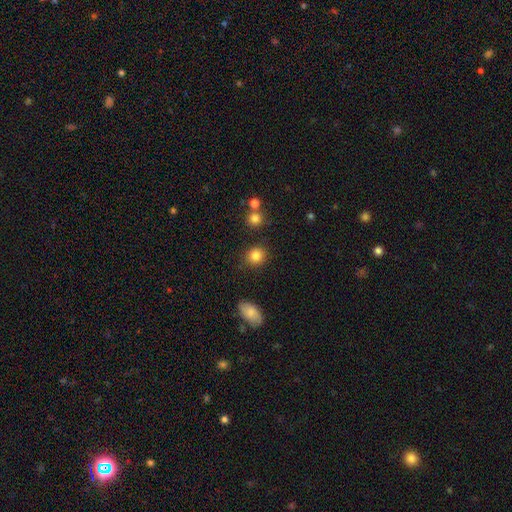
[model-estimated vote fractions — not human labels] This appears to be a smooth galaxy with no disk features (85%) that is round (83%). Merging: none (86%).